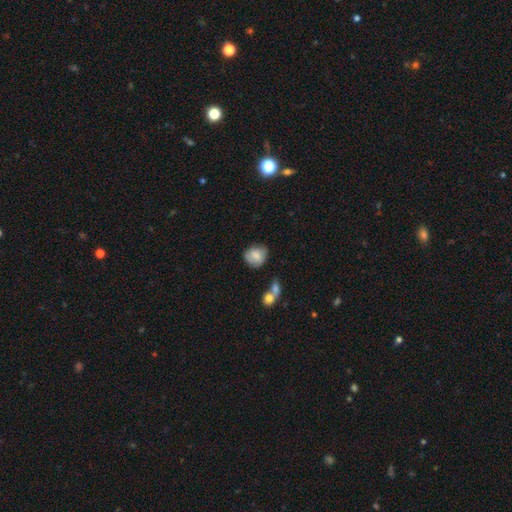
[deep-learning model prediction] smooth-or-featured: smooth: 77% | featured or disk: 15% | star or artifact: 8%
  how-rounded: round: 73% | in between: 26% | cigar-shaped: 1%
  merging: none: 65% | minor disturbance: 23% | merger: 7% | major disturbance: 6%